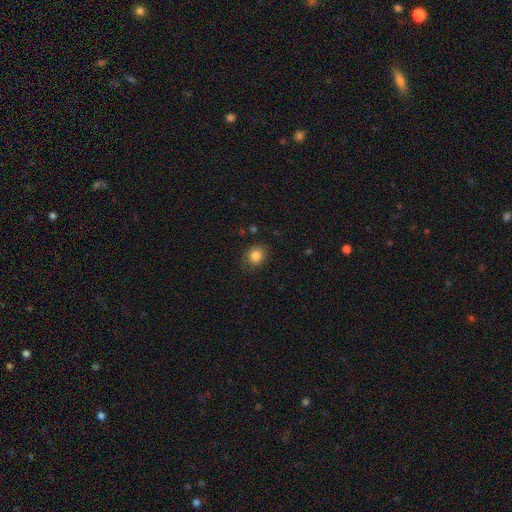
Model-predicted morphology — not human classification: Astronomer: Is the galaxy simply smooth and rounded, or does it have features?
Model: smooth — 84%.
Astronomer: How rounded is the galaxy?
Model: round — 65%.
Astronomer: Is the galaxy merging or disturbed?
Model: none — 81%.